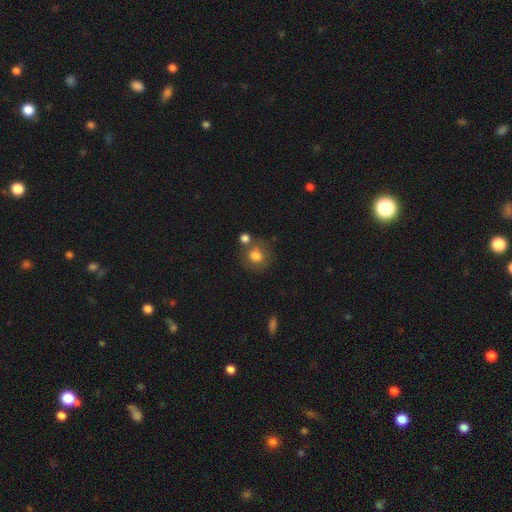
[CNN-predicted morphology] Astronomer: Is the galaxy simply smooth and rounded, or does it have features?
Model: smooth — 79%.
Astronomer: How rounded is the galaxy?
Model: round — 81%.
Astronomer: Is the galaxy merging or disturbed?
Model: none — 66%.